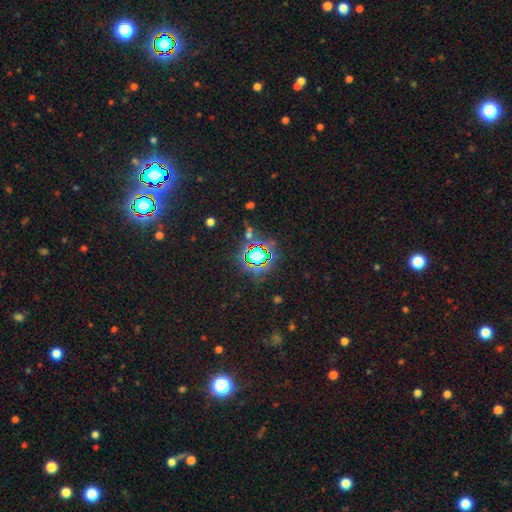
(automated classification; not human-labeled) smooth-or-featured: star or artifact: 68% | smooth: 20% | featured or disk: 11%